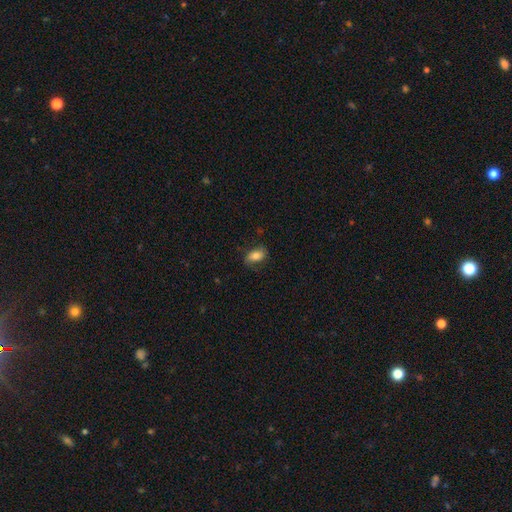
This is likely a smooth galaxy (66%). How rounded: clearly in between (92%). Merging: marginally none (43%).